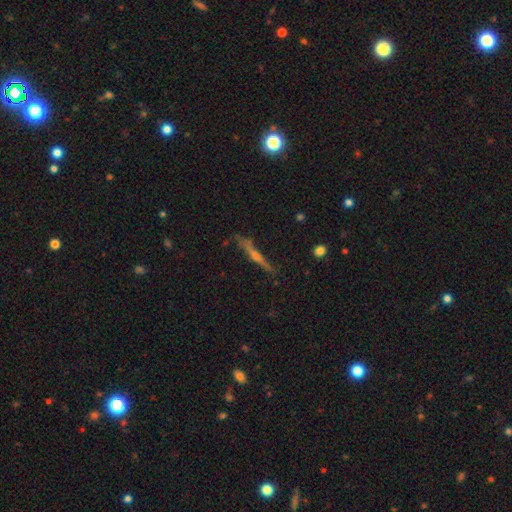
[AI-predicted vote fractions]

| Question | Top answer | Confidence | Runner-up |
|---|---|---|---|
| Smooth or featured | featured or disk | 74% | smooth (18%) |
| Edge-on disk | yes | 97% | no (3%) |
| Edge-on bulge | rounded | 84% | none (13%) |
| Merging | none | 79% | minor disturbance (15%) |